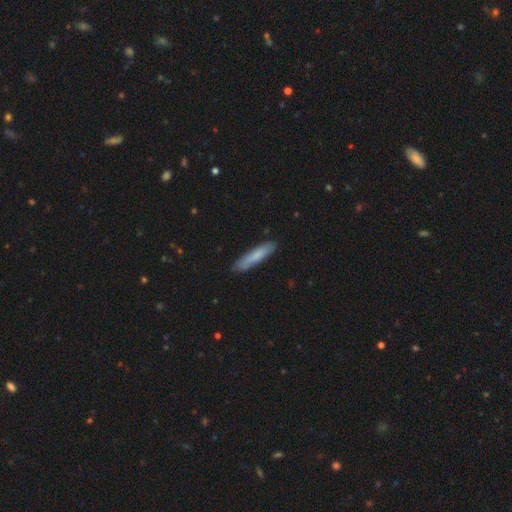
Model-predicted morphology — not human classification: smooth 77%, featured or disk 18%, star or artifact 6%. Down the decision tree: how rounded — cigar-shaped (87%); merging — none (85%).